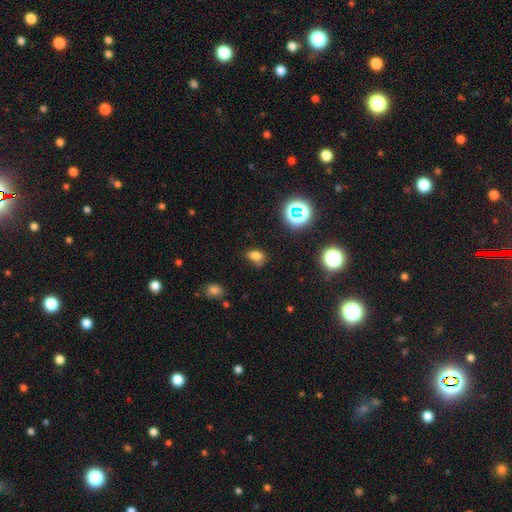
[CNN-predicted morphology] Smooth or featured?
  - smooth: 74% *
  - star or artifact: 19%
  - featured or disk: 7%
How rounded?
  - in between: 77% *
  - round: 22%
  - cigar-shaped: 2%
Merging?
  - none: 65% *
  - minor disturbance: 25%
  - major disturbance: 7%
  - merger: 4%